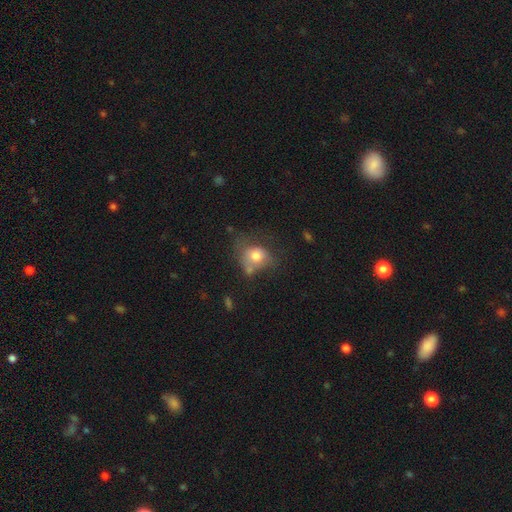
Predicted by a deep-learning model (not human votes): This appears to be a smooth galaxy with no disk features (72%) that is round (60%). Merging: none (36%).